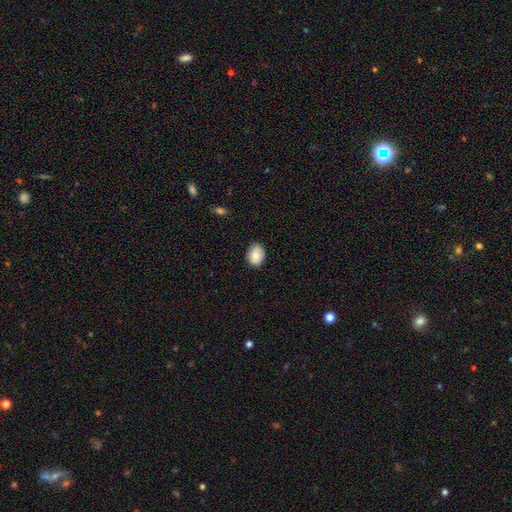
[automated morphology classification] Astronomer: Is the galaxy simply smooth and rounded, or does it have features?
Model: smooth — 85%.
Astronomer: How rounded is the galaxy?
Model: in between — 65%.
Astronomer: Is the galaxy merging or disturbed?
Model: none — 84%.